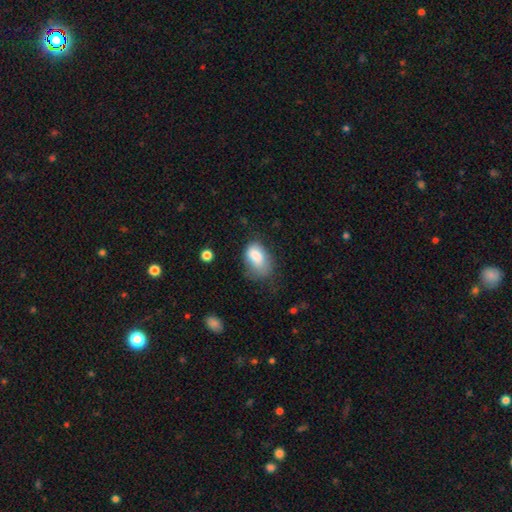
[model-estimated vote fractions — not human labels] Smooth or featured? smooth (81%)
How rounded? in between (88%)
Merging? none (39%)